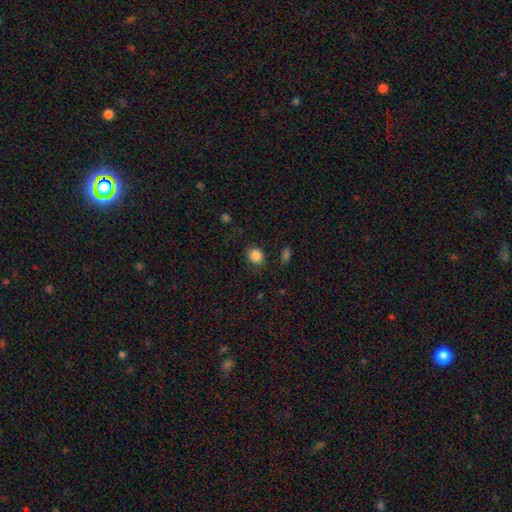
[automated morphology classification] This appears to be a smooth galaxy with no disk features (86%) that is round (70%). Merging: none (79%).